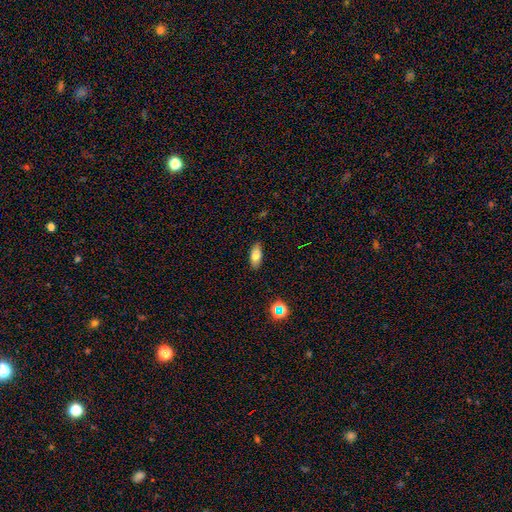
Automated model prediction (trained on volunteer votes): Smooth or featured: smooth — 76% (featured or disk — 15%)
How rounded: in between — 84% (cigar-shaped — 13%)
Merging: none — 88% (minor disturbance — 9%)